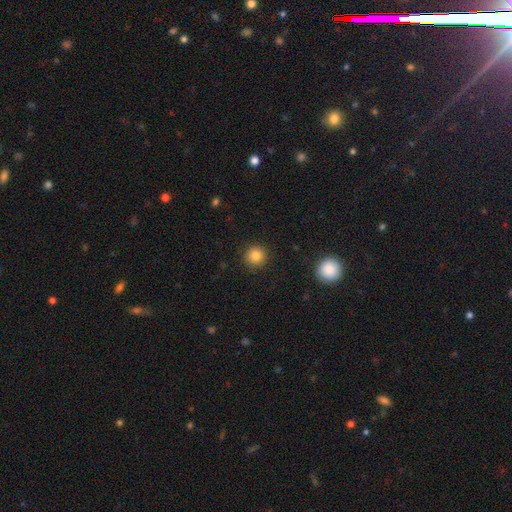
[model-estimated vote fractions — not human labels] This is clearly a smooth galaxy (83%). How rounded: clearly round (95%). Merging: clearly none (92%).